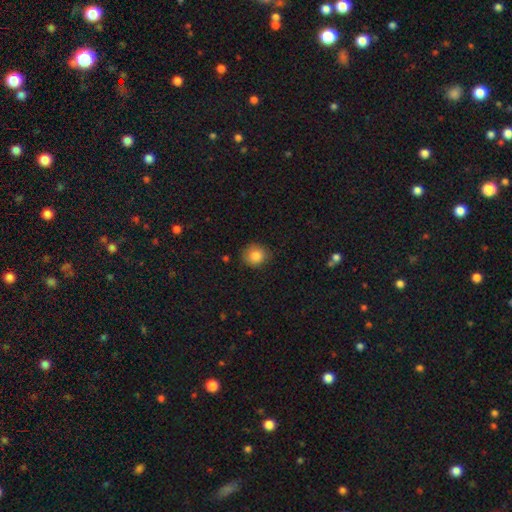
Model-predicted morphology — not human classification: This is clearly a smooth galaxy (84%). How rounded: clearly round (81%). Merging: clearly none (81%).